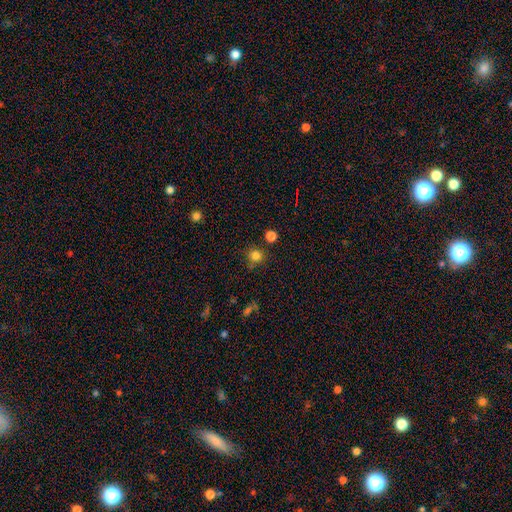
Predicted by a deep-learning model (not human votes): A smooth galaxy with no disk features (81%) that is round (91%).

Vote fractions:
- Smooth or featured? smooth: 81% / star or artifact: 14% / featured or disk: 5%
- How rounded? round: 91% / in between: 8% / cigar-shaped: 1%
- Merging? none: 79% / minor disturbance: 10% / merger: 7% / major disturbance: 3%